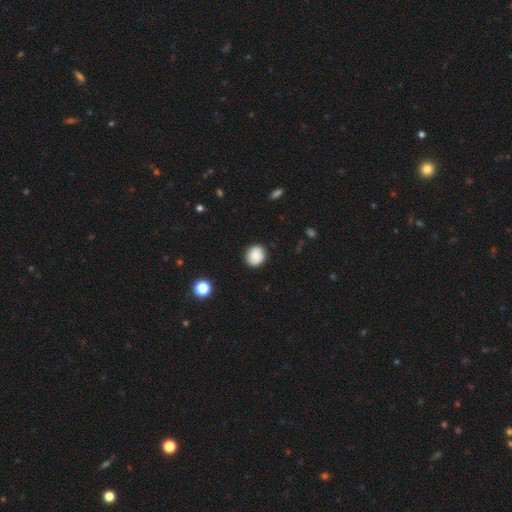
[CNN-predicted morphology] Smooth or featured?
  - smooth: 79% *
  - featured or disk: 12%
  - star or artifact: 9%
How rounded?
  - round: 78% *
  - in between: 21%
  - cigar-shaped: 1%
Merging?
  - none: 87% *
  - minor disturbance: 9%
  - major disturbance: 2%
  - merger: 1%